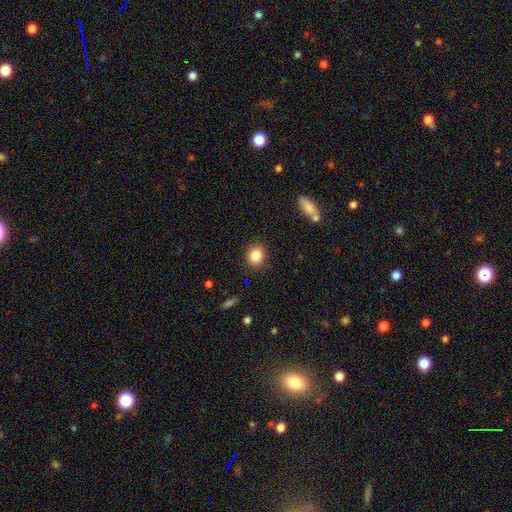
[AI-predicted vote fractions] A smooth galaxy with no disk features (85%) that is round (73%).

Vote fractions:
- Smooth or featured? smooth: 85% / star or artifact: 9% / featured or disk: 5%
- How rounded? round: 73% / in between: 26% / cigar-shaped: 1%
- Merging? none: 87% / minor disturbance: 9% / major disturbance: 3% / merger: 1%